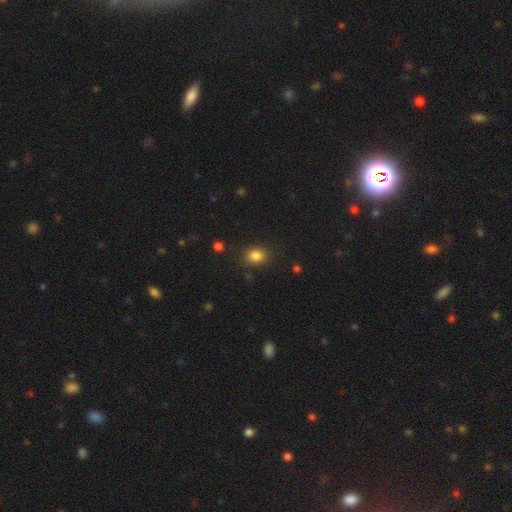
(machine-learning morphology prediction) This is clearly a smooth galaxy (84%). How rounded: likely round (61%). Merging: clearly none (84%).